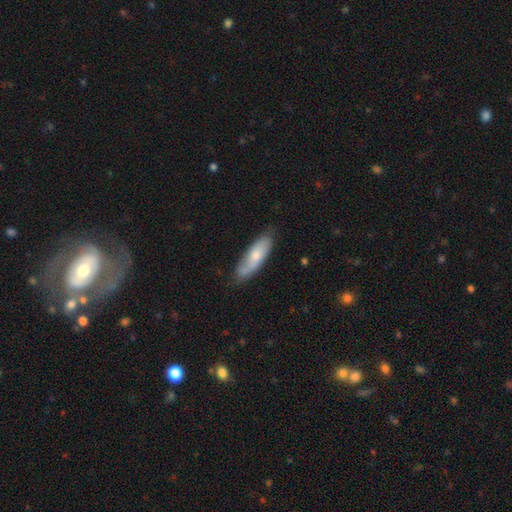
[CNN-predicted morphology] Overall: smooth (63%; featured or disk 32%). How rounded: in between (54%; cigar-shaped 44%). Merging: none (68%).